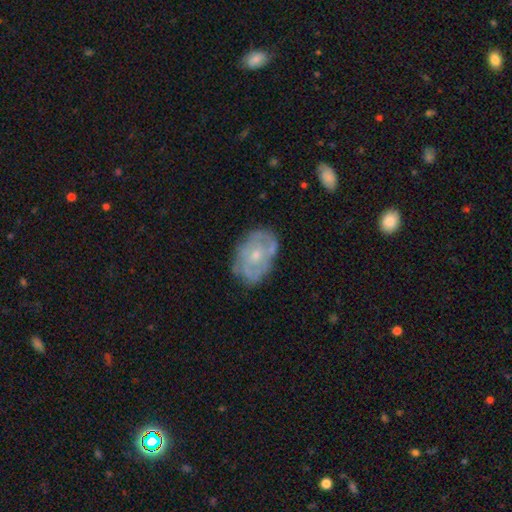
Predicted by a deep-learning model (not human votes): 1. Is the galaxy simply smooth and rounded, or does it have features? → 64% featured or disk, 30% smooth, 6% star or artifact.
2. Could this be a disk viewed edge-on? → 96% no, 4% yes.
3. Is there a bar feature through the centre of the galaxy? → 81% no, 16% weak, 3% strong.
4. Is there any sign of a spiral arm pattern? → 53% yes, 47% no.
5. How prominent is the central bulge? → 56% small, 39% moderate, 2% none, 1% large, 1% dominant.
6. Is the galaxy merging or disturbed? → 68% none, 23% minor disturbance, 7% major disturbance, 2% merger.